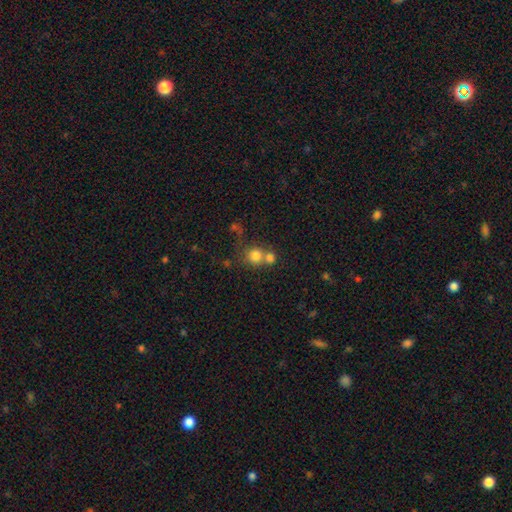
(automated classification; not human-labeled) This appears to be a smooth galaxy with no disk features (77%) that is round (87%). Merging: merger (47%).